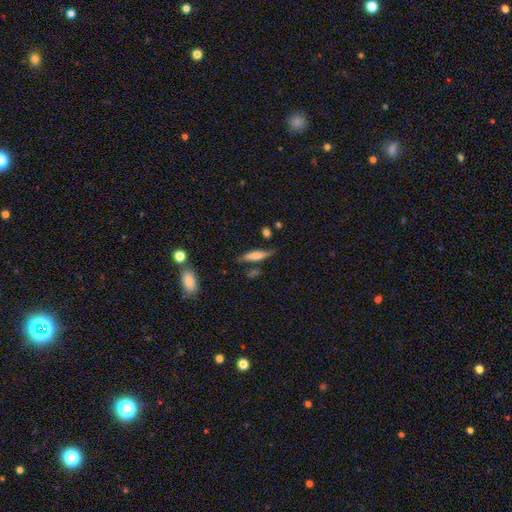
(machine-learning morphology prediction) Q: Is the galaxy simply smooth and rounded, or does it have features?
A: smooth — 60%.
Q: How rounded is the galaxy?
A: cigar-shaped — 70%.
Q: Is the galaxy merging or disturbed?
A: none — 64%.